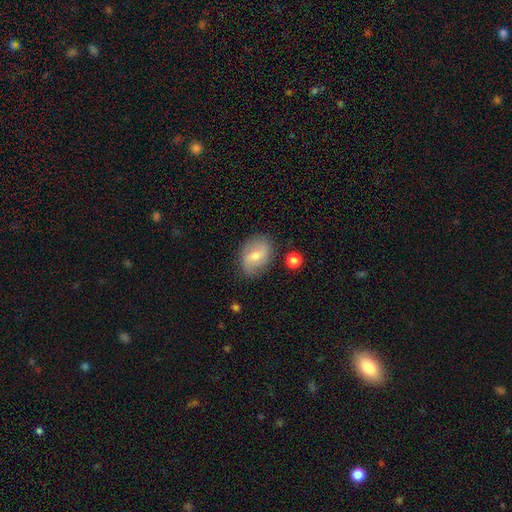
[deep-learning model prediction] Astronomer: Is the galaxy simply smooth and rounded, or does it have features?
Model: smooth — 48% (runner-up: featured or disk, 44%).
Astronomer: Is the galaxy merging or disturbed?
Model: none — 79%.